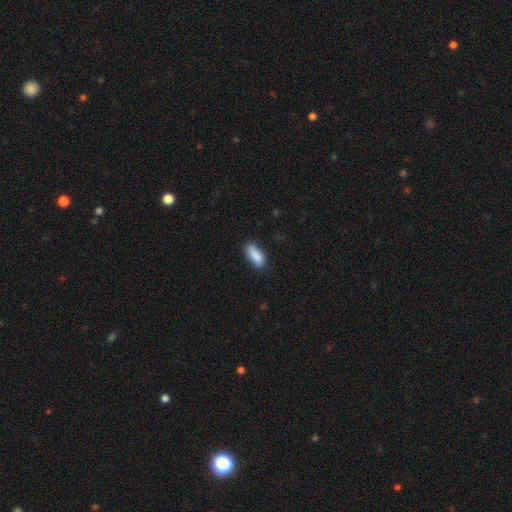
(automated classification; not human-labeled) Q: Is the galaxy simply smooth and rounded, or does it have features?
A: smooth — 88%.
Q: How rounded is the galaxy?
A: in between — 83%.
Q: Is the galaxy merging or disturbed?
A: none — 76%.